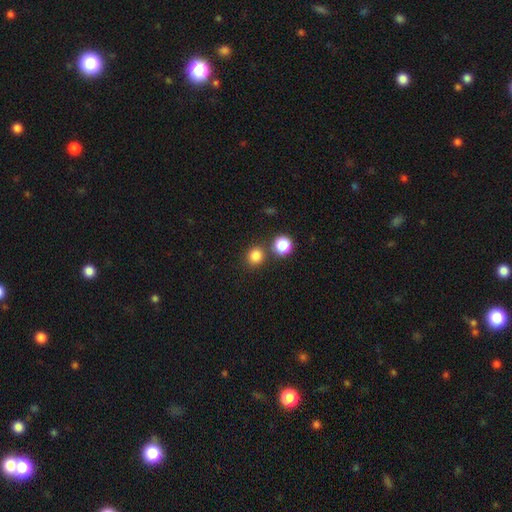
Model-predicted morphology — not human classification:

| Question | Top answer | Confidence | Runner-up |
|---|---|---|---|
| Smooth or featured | smooth | 82% | star or artifact (13%) |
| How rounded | round | 85% | in between (14%) |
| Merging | none | 75% | merger (15%) |